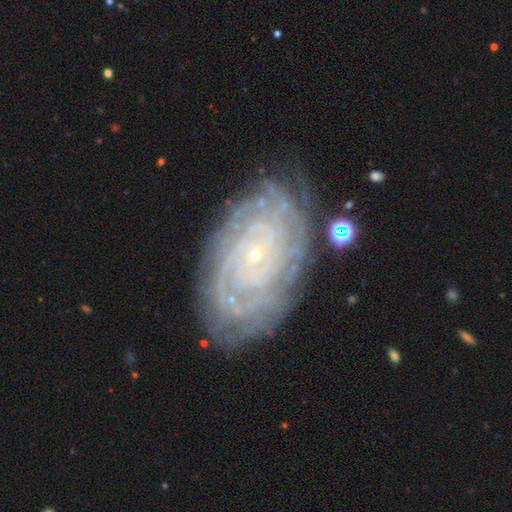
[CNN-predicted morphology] This is clearly a featured or disk galaxy (88%). It is clearly not viewed edge-on (96%). Bar: clearly no (80%). Spiral arm pattern: clearly yes (97%). Spiral arm count: marginally can't tell (27%). Spiral winding: clearly tight (88%). Central bulge: clearly small (89%). Merging: likely none (79%).